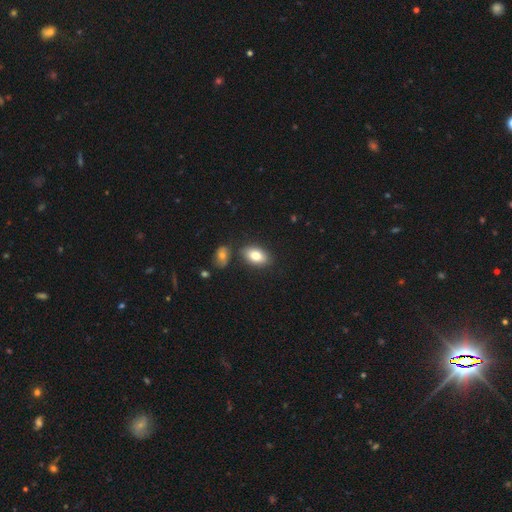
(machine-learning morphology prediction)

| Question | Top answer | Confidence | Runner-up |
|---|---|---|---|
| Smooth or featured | smooth | 82% | featured or disk (11%) |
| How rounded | in between | 91% | round (7%) |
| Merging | none | 77% | minor disturbance (11%) |